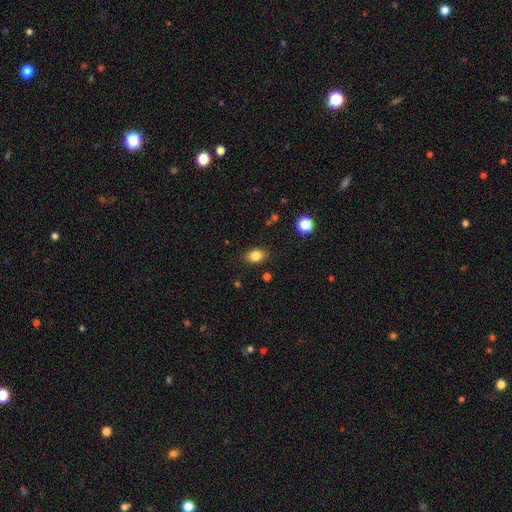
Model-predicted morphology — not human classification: Smooth or featured? Predicted: smooth (p=0.83). How rounded? Predicted: in between (p=0.74). Merging? Predicted: none (p=0.84).